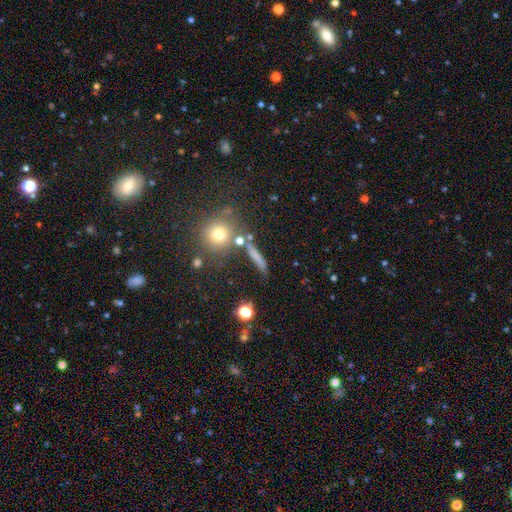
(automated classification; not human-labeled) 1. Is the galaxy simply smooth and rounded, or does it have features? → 62% smooth, 22% featured or disk, 17% star or artifact.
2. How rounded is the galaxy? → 75% cigar-shaped, 15% round, 10% in between.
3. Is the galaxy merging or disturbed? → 77% none, 11% minor disturbance, 7% merger, 5% major disturbance.